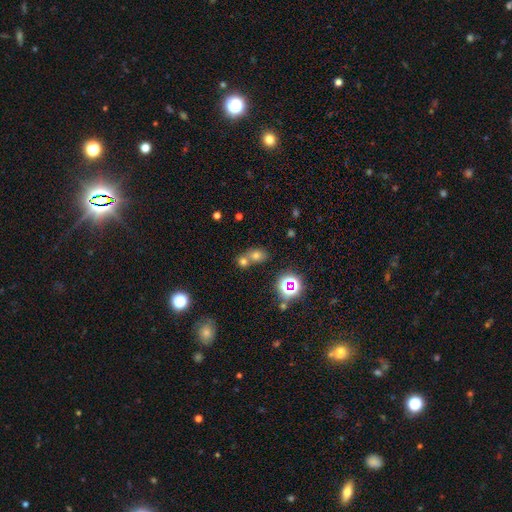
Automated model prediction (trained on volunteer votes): Smooth or featured?
  - smooth: 61% *
  - star or artifact: 27%
  - featured or disk: 12%
How rounded?
  - round: 57% *
  - in between: 42%
  - cigar-shaped: 2%
Merging?
  - merger: 46% *
  - none: 44%
  - minor disturbance: 7%
  - major disturbance: 3%